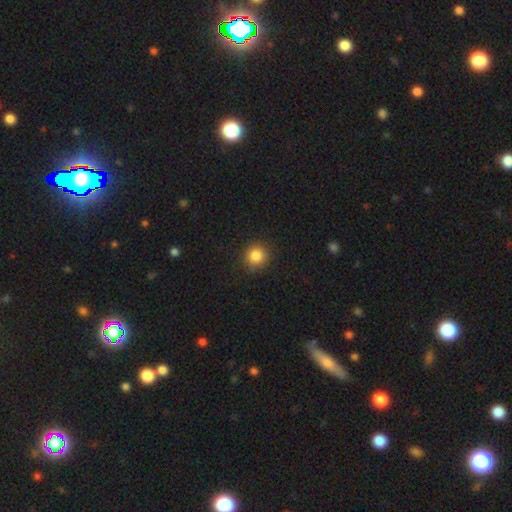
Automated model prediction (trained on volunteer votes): A smooth galaxy with no disk features (85%) that is round (90%).

Vote fractions:
- Smooth or featured? smooth: 85% / star or artifact: 11% / featured or disk: 4%
- How rounded? round: 90% / in between: 9% / cigar-shaped: 1%
- Merging? none: 89% / minor disturbance: 8% / major disturbance: 2% / merger: 1%